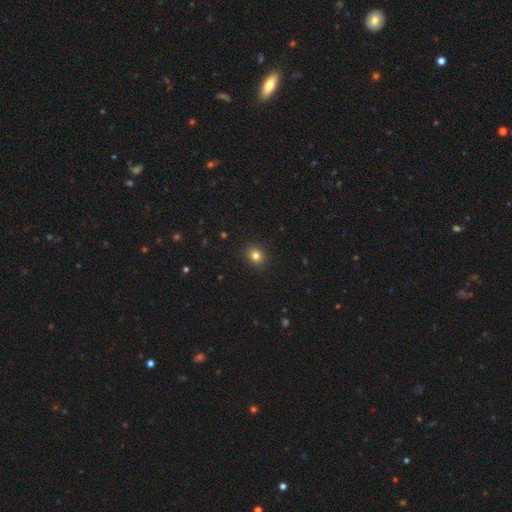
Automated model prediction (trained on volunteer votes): The model was most divided on "how rounded": round: 71%, in between: 28%, cigar-shaped: 1%. More confident: merging — none (90%); smooth or featured — smooth (82%).